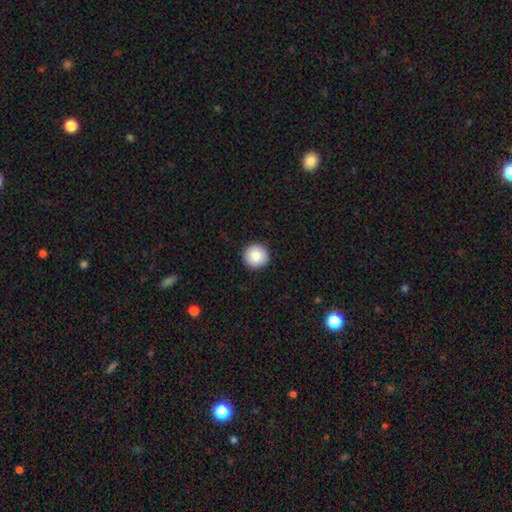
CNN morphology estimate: A smooth galaxy with no disk features (85%) that is round (96%). Merging: none (93%).